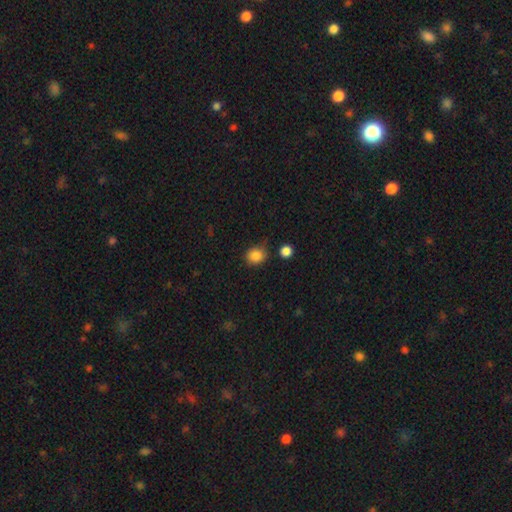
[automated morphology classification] A smooth galaxy with no disk features (85%) that is round (77%).

Vote fractions:
- Smooth or featured? smooth: 85% / star or artifact: 10% / featured or disk: 4%
- How rounded? round: 77% / in between: 22% / cigar-shaped: 1%
- Merging? none: 74% / minor disturbance: 17% / merger: 5% / major disturbance: 4%